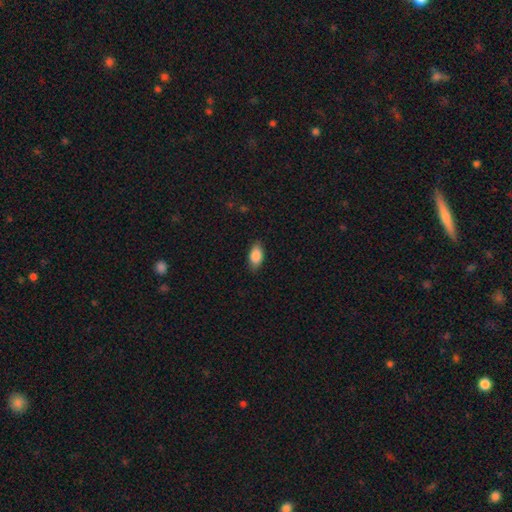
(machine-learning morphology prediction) type=smooth (87%); roundness=in between (91%); merging=none (84%).